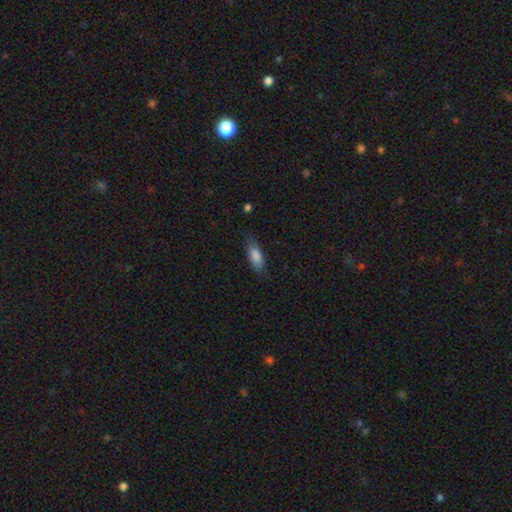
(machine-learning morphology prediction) smooth 83%, featured or disk 10%, star or artifact 7%. Down the decision tree: how rounded — in between (79%); merging — none (77%).